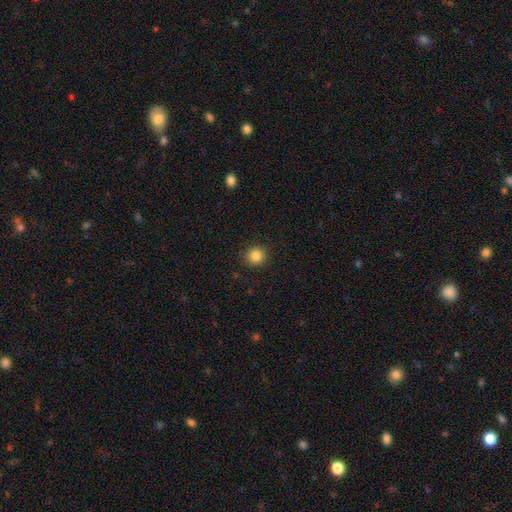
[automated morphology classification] Q: Smooth or featured?
A: smooth (86%); runner-up: star or artifact (10%)
Q: How rounded?
A: round (93%); runner-up: in between (6%)
Q: Merging?
A: none (90%); runner-up: minor disturbance (6%)